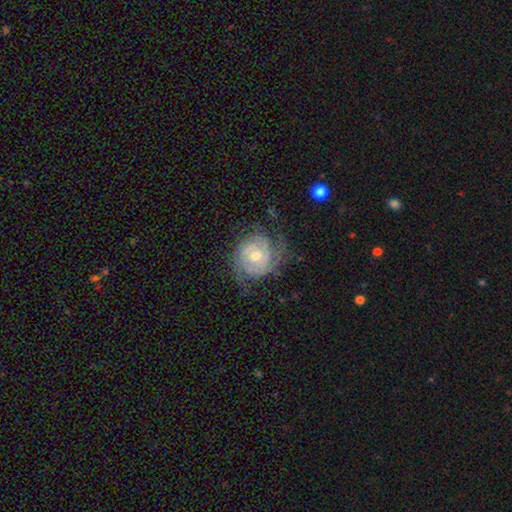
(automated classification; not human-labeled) This appears to be a featured or disk galaxy (83%) with no bar (67%), 2 (44%) tight (63%) spiral arms (93%) and a moderate central bulge (71%). Merging: none (63%).